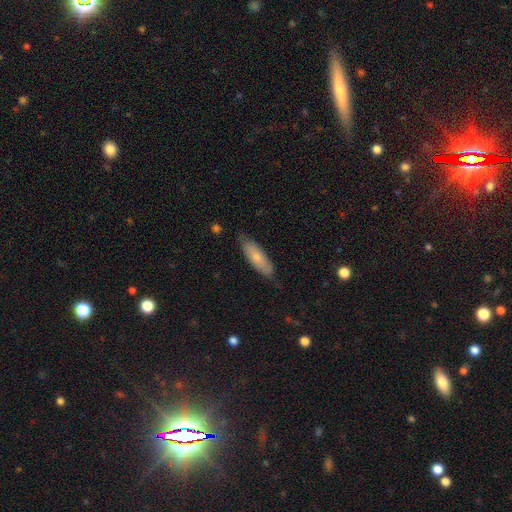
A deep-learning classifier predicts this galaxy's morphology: Overall: smooth (65%; featured or disk 29%). How rounded: in between (49%, tied with cigar-shaped). Merging: none (78%).